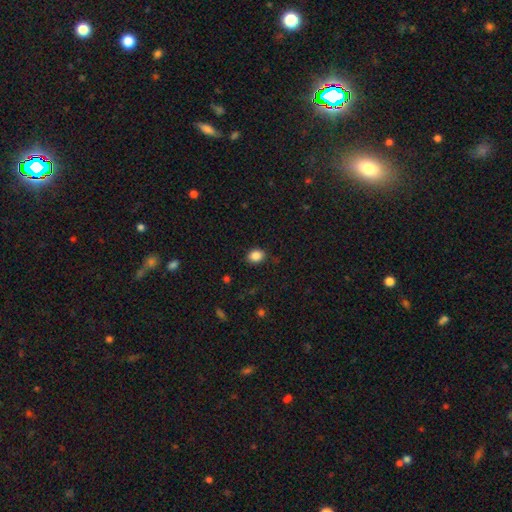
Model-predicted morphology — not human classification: type=smooth (87%); roundness=in between (55%); merging=none (86%).